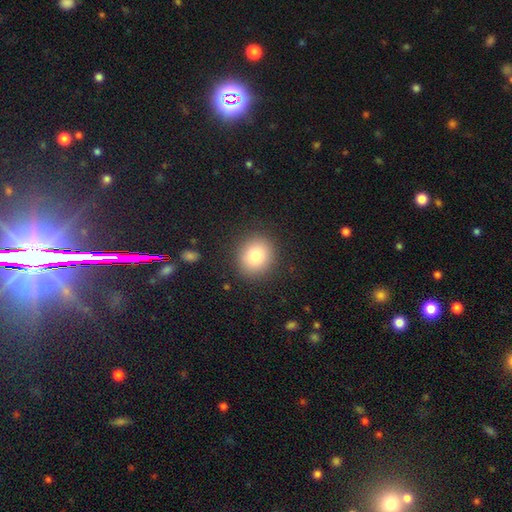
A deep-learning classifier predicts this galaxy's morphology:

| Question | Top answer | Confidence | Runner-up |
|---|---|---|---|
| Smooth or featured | smooth | 80% | star or artifact (10%) |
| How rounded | round | 79% | in between (20%) |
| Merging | none | 88% | minor disturbance (7%) |